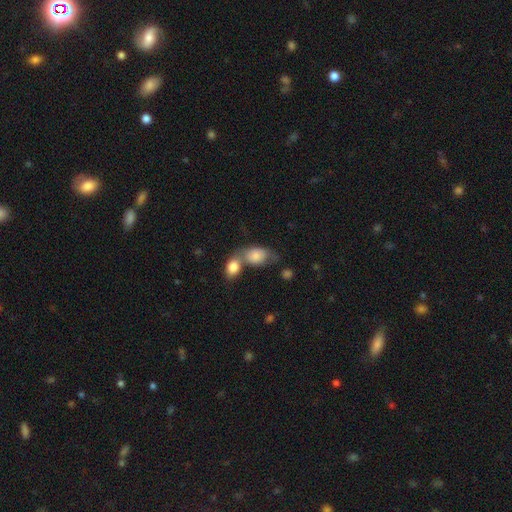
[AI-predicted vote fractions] This is clearly a smooth galaxy (81%). How rounded: clearly in between (80%). Merging: possibly merger (56%).